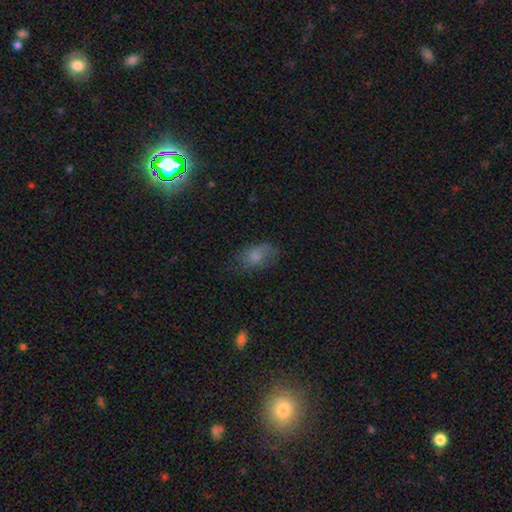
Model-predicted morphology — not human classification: Smooth or featured? smooth (71%)
How rounded? in between (85%)
Merging? none (58%)